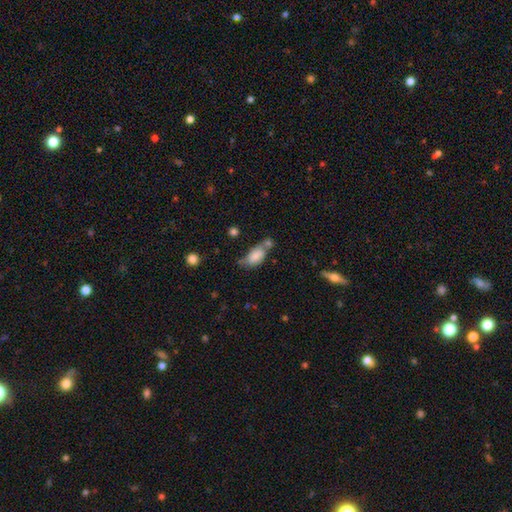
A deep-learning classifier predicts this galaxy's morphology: The model was most divided on "merging": none: 35%, merger: 31%, minor disturbance: 24%, major disturbance: 11%. More confident: how rounded — in between (90%); smooth or featured — smooth (78%).